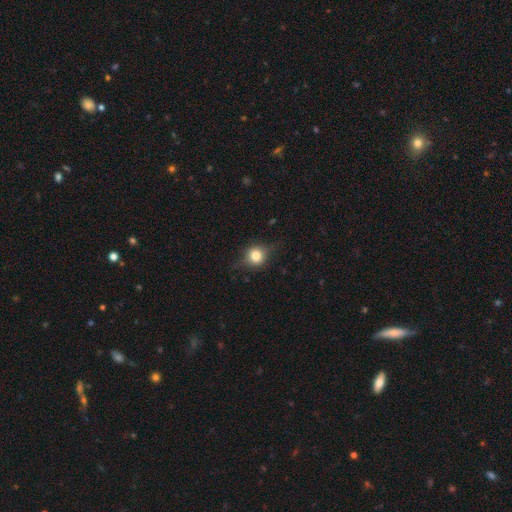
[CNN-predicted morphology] Smooth or featured: smooth — 66% (featured or disk — 23%)
How rounded: round — 77% (in between — 21%)
Merging: none — 73% (minor disturbance — 20%)